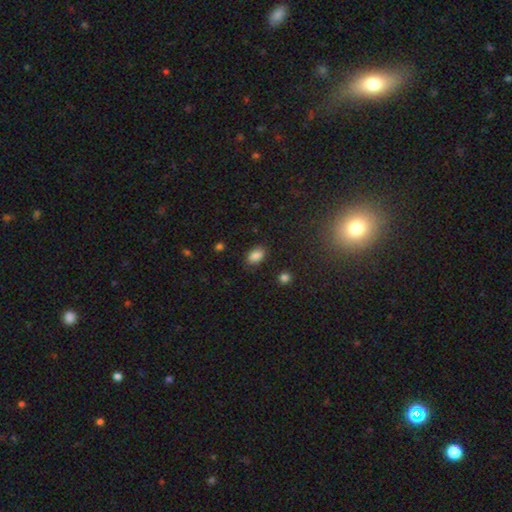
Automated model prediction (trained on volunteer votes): Smooth or featured? Predicted: smooth (p=0.86). How rounded? Predicted: in between (p=0.88). Merging? Predicted: none (p=0.84).